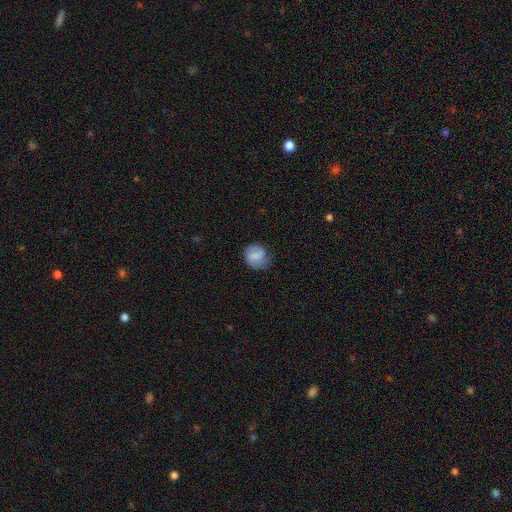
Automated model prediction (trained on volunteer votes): A smooth galaxy with no disk features (57%) that is round (75%). Merging: none (68%).